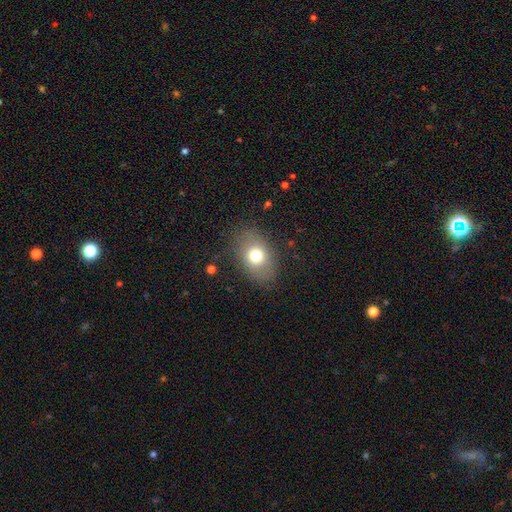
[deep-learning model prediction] Morphology: type=smooth (72%); roundness=in between (74%); merging=none (78%).